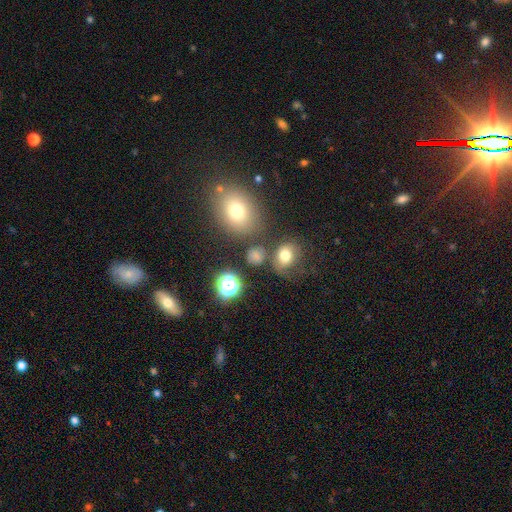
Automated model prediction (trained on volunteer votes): smooth_or_featured: smooth (p=0.70) [alt: star or artifact p=0.22]
how_rounded: round (p=0.71) [alt: in between p=0.28]
merging: none (p=0.71) [alt: minor disturbance p=0.14]